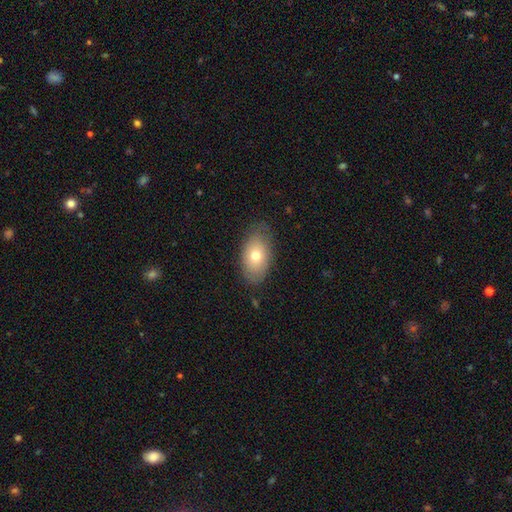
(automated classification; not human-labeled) smooth_or_featured: smooth (p=0.70) [alt: featured or disk p=0.22]
how_rounded: in between (p=0.90) [alt: round p=0.08]
merging: none (p=0.80) [alt: minor disturbance p=0.15]